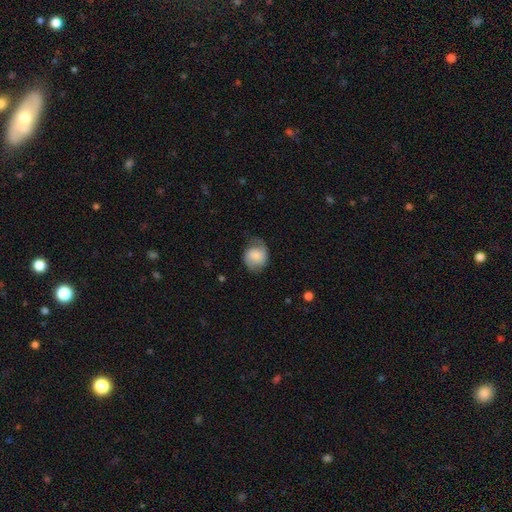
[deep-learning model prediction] This appears to be a smooth galaxy with no disk features (66%) that is round (61%). Merging: none (52%).